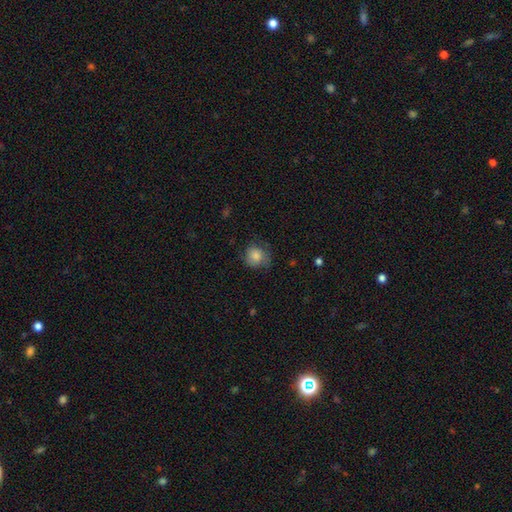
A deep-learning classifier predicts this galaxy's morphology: smooth 81%, featured or disk 10%, star or artifact 9%. Down the decision tree: how rounded — round (81%); merging — none (64%).